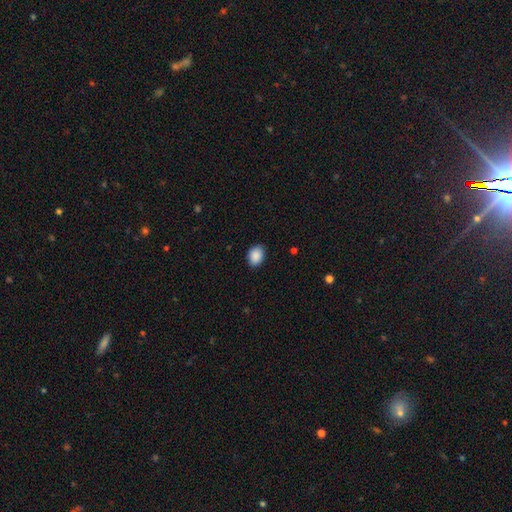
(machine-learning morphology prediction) The model was most divided on "how rounded": in between: 69%, round: 30%, cigar-shaped: 1%. More confident: smooth or featured — smooth (90%); merging — none (88%).